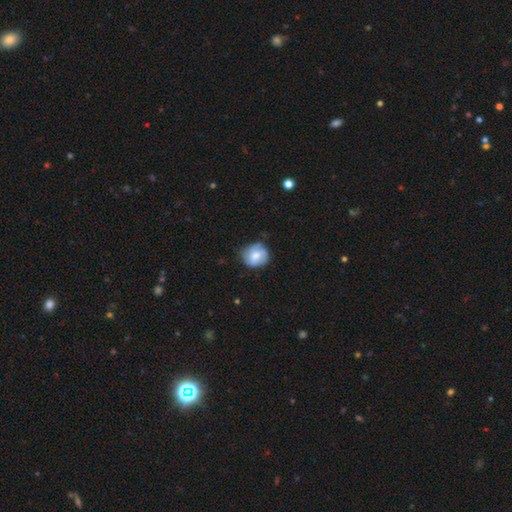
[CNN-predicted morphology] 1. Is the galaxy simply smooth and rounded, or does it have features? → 58% smooth, 34% featured or disk, 7% star or artifact.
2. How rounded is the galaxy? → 77% round, 22% in between, 1% cigar-shaped.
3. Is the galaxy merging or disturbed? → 62% none, 29% minor disturbance, 7% major disturbance, 2% merger.